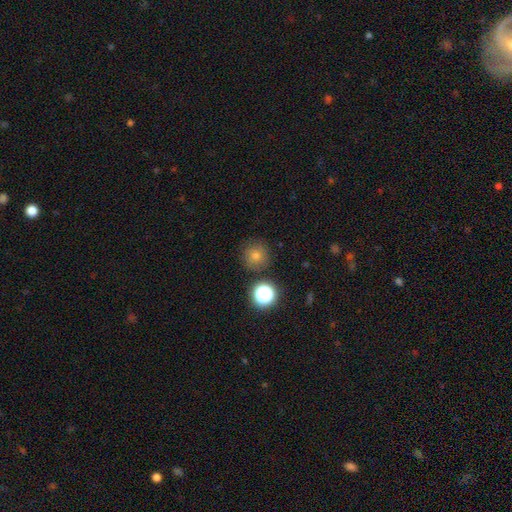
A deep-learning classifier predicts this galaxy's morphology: This is likely a smooth galaxy (66%). How rounded: clearly round (94%). Merging: clearly none (85%).